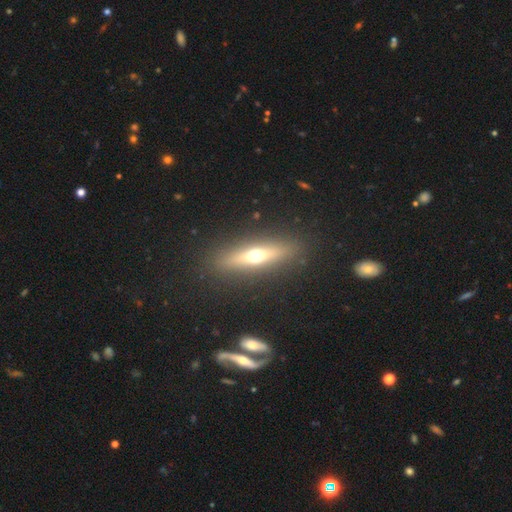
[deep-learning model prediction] smooth-or-featured: featured or disk: 50% | smooth: 40% | star or artifact: 10%
  disk-edge-on: yes: 85% | no: 15%
  merging: none: 88% | minor disturbance: 7% | major disturbance: 3% | merger: 1%